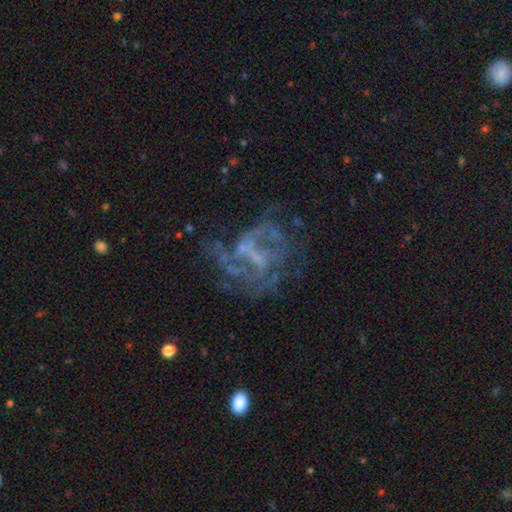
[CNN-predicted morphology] Q: Smooth or featured?
A: featured or disk (71%); runner-up: star or artifact (17%)
Q: Edge-on disk?
A: no (98%); runner-up: yes (2%)
Q: Bar?
A: no (54%); runner-up: weak (33%)
Q: Spiral arms?
A: yes (56%); runner-up: no (44%)
Q: Bulge size?
A: none (62%); runner-up: small (25%)
Q: Merging?
A: none (46%); runner-up: major disturbance (33%)